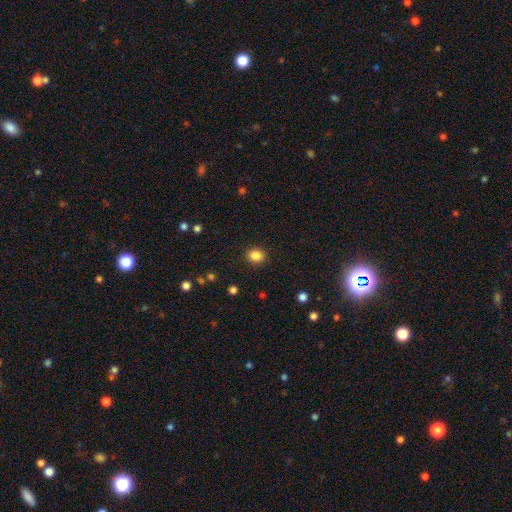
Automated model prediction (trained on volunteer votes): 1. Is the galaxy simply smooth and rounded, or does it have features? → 85% smooth, 11% star or artifact, 4% featured or disk.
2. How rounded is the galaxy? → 69% round, 30% in between, 1% cigar-shaped.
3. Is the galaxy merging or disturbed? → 90% none, 7% minor disturbance, 2% major disturbance, 1% merger.